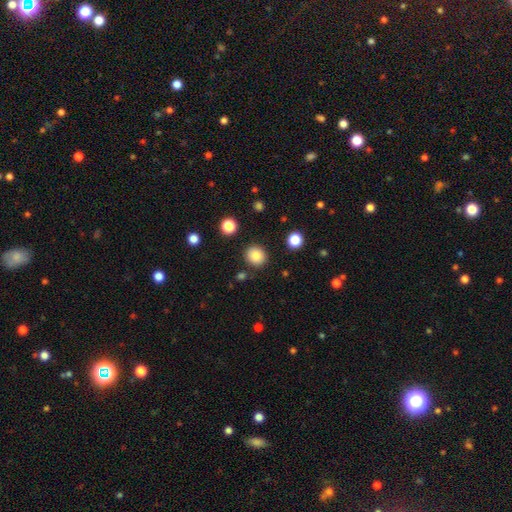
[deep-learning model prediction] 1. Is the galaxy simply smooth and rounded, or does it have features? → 85% smooth, 10% star or artifact, 5% featured or disk.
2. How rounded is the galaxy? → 86% round, 13% in between, 1% cigar-shaped.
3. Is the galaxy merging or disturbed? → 88% none, 7% minor disturbance, 2% major disturbance, 2% merger.